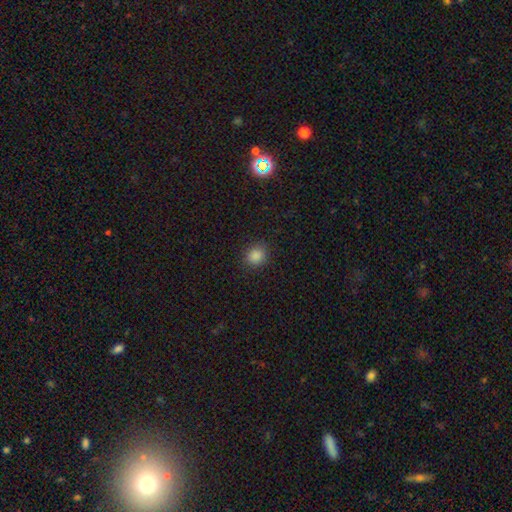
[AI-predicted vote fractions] smooth 86%, star or artifact 11%, featured or disk 3%. Down the decision tree: how rounded — round (80%); merging — none (88%).